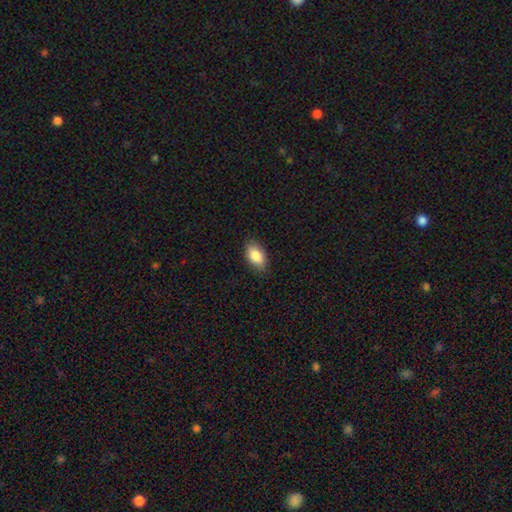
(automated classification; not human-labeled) Smooth or featured? smooth (86%)
How rounded? in between (93%)
Merging? none (84%)